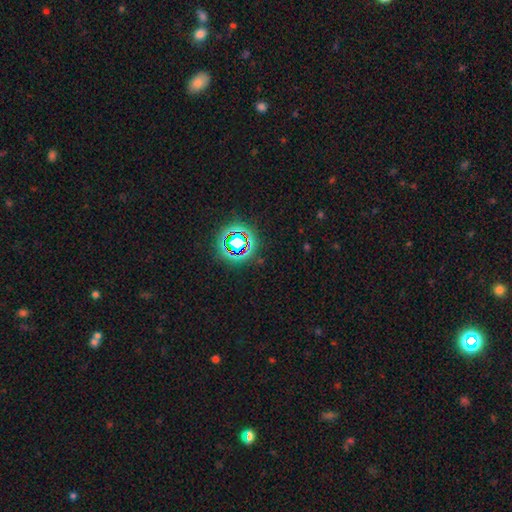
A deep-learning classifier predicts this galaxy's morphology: Overall: star or artifact (68%).